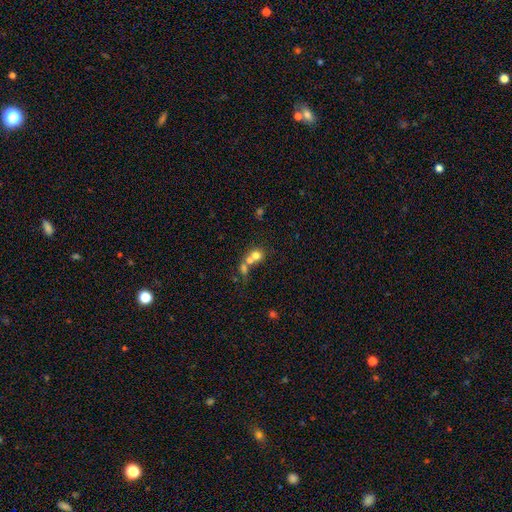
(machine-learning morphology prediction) smooth-or-featured: smooth: 69% | featured or disk: 17% | star or artifact: 14%
  how-rounded: round: 74% | in between: 24% | cigar-shaped: 1%
  merging: merger: 58% | none: 30% | minor disturbance: 6% | major disturbance: 5%